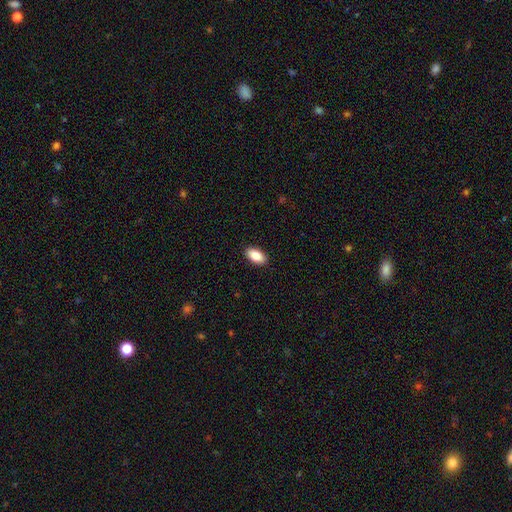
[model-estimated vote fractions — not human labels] Smooth or featured?
  - smooth: 86% *
  - featured or disk: 7%
  - star or artifact: 7%
How rounded?
  - in between: 93% *
  - cigar-shaped: 4%
  - round: 3%
Merging?
  - none: 90% *
  - minor disturbance: 7%
  - major disturbance: 2%
  - merger: 1%